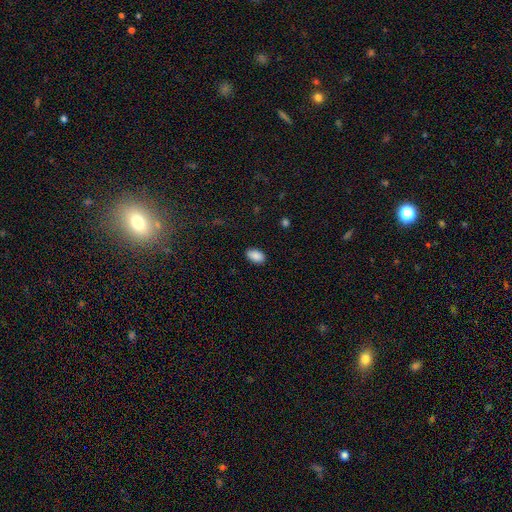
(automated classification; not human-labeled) smooth 89%, star or artifact 7%, featured or disk 4%. Down the decision tree: how rounded — in between (92%); merging — none (85%).